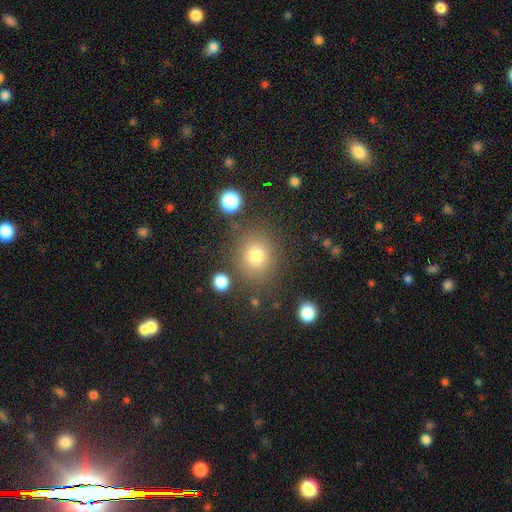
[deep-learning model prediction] Smooth or featured: smooth — 77% (star or artifact — 14%)
How rounded: round — 81% (in between — 18%)
Merging: none — 80% (minor disturbance — 10%)